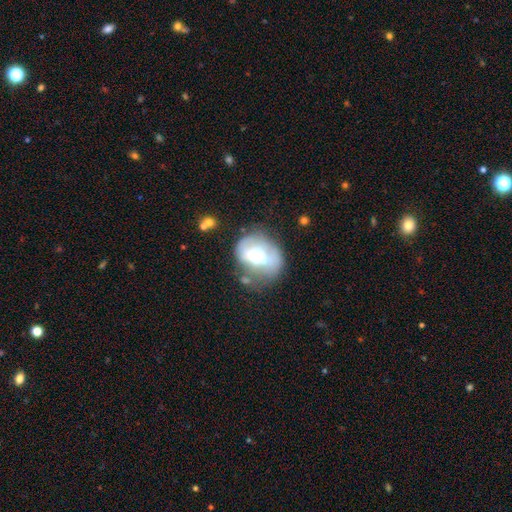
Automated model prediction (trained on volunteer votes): Smooth or featured: smooth — 46% (tied with featured or disk — 46%)
Merging: none — 48% (minor disturbance — 27%)